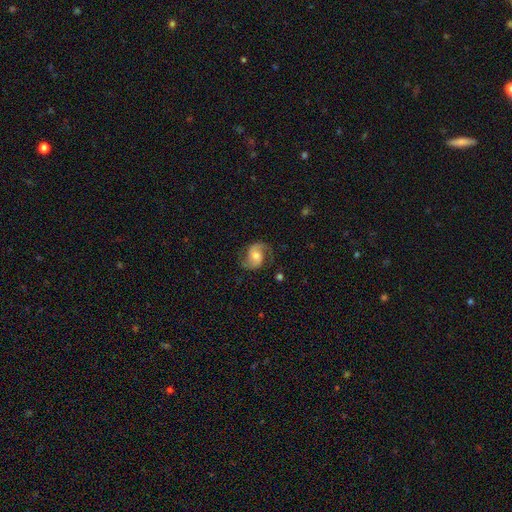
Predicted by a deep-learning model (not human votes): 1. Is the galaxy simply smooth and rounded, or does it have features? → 83% featured or disk, 11% smooth, 6% star or artifact.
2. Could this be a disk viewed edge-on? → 98% no, 2% yes.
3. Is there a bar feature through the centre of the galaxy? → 49% no, 40% weak, 11% strong.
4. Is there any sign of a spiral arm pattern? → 96% yes, 4% no.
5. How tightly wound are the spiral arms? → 52% medium, 32% loose, 16% tight.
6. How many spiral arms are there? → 91% 2, 3% 1, 3% can't tell, 1% 3, 1% 4, 1% more than 4.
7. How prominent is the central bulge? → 60% moderate, 26% small, 9% large, 4% none, 1% dominant.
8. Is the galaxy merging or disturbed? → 75% none, 16% minor disturbance, 8% major disturbance, 1% merger.